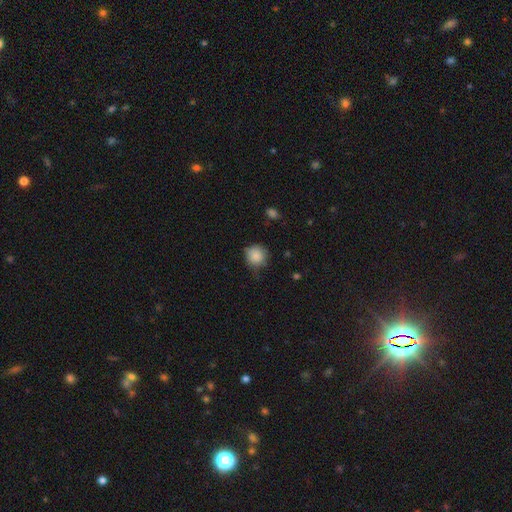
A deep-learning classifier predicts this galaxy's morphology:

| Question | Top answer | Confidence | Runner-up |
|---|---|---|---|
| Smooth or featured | smooth | 87% | star or artifact (8%) |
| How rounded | round | 91% | in between (8%) |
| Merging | none | 68% | minor disturbance (25%) |